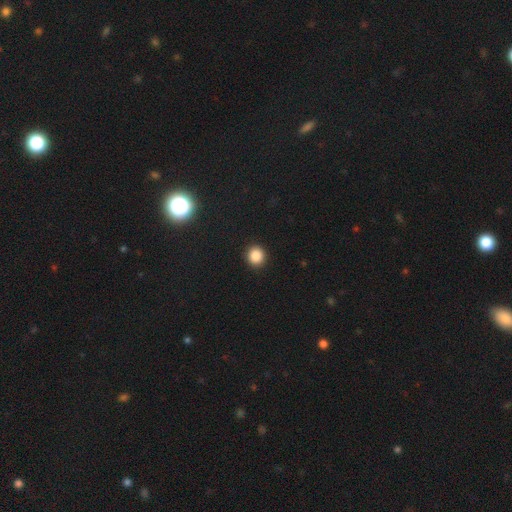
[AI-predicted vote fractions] A smooth galaxy with no disk features (87%) that is round (89%). Merging: none (92%).